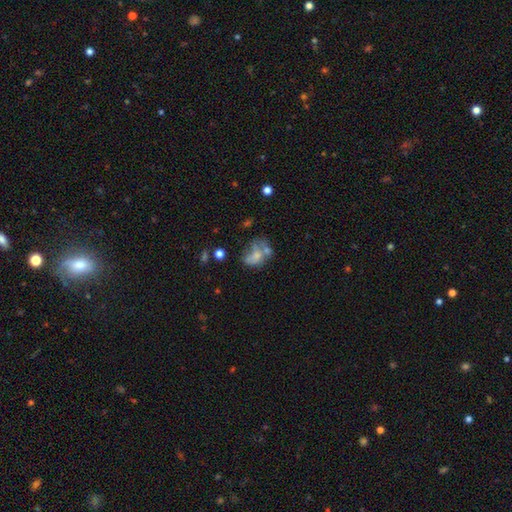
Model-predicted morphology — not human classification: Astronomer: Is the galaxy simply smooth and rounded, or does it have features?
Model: smooth — 47% (runner-up: featured or disk, 40%).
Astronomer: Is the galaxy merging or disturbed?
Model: merger — 33% (runner-up: major disturbance, 27%).